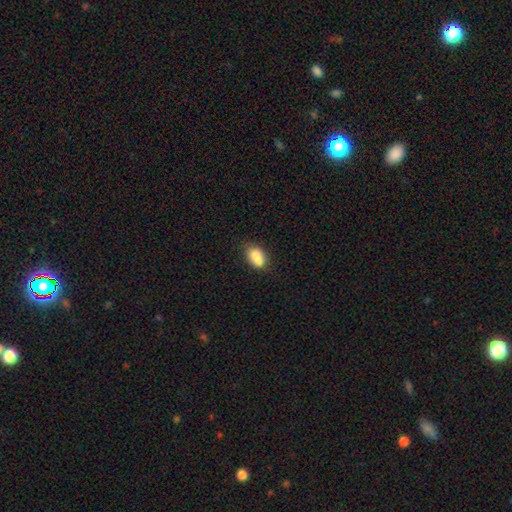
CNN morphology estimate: This is likely a smooth galaxy (74%). How rounded: likely in between (71%). Merging: possibly merger (48%).